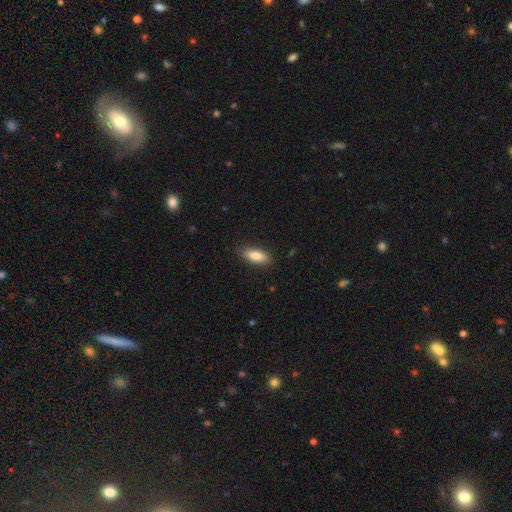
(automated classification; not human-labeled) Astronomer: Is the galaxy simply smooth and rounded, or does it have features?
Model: smooth — 83%.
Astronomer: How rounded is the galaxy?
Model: in between — 72%.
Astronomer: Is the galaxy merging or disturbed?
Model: none — 85%.